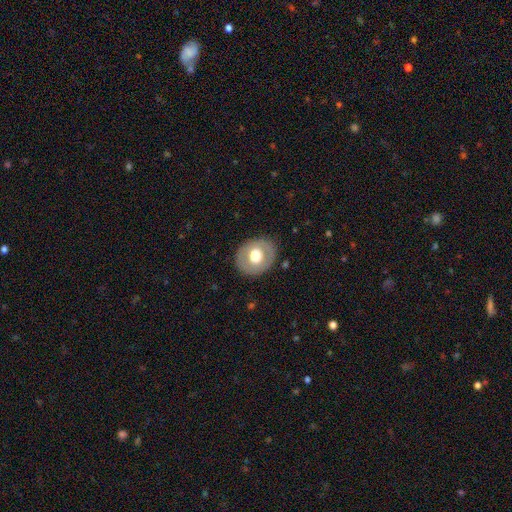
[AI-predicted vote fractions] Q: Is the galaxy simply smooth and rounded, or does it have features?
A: smooth — 58%.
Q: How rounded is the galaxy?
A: round — 60%.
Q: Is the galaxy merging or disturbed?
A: none — 86%.